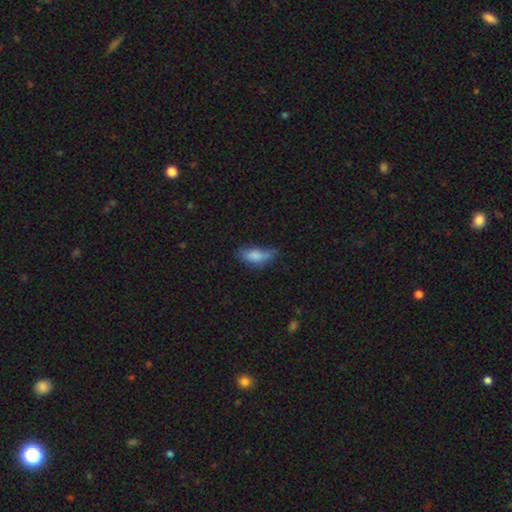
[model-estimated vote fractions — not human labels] Q: Smooth or featured?
A: smooth (77%); runner-up: featured or disk (14%)
Q: How rounded?
A: in between (79%); runner-up: cigar-shaped (19%)
Q: Merging?
A: none (43%); runner-up: minor disturbance (38%)